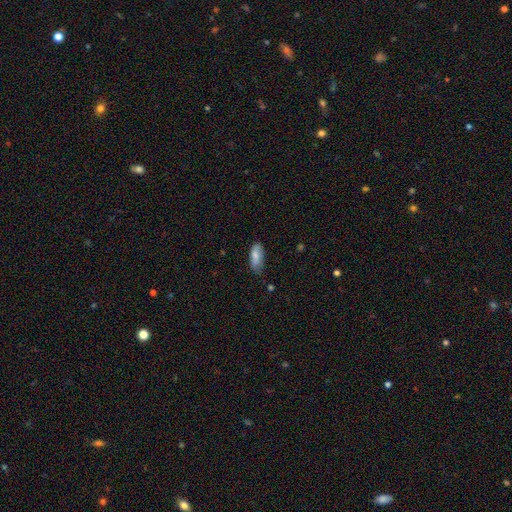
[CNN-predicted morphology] Overall: smooth (78%). How rounded: in between (83%). Merging: none (68%).